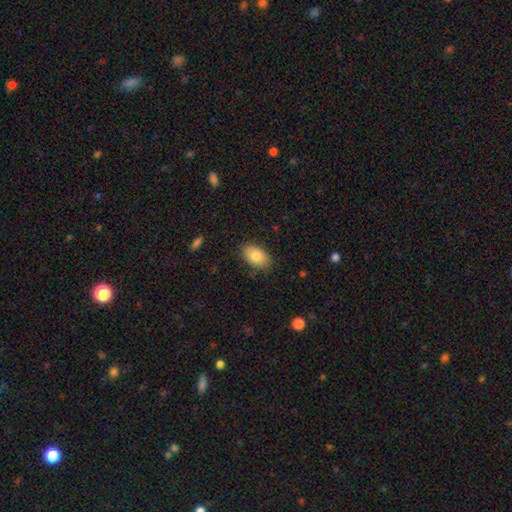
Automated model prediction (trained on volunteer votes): Smooth or featured: smooth — 82% (featured or disk — 11%)
How rounded: in between — 91% (round — 8%)
Merging: none — 84% (minor disturbance — 13%)